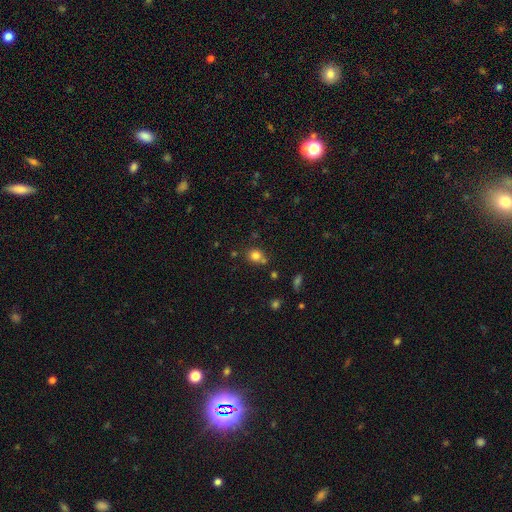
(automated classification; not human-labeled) This appears to be a smooth galaxy with no disk features (79%) that is round (76%). Merging: none (60%).